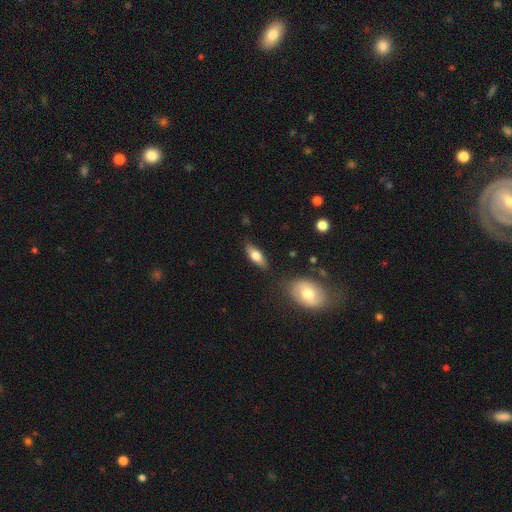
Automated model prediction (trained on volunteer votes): Morphology: type=smooth (66%); roundness=in between (68%); merging=none (81%).